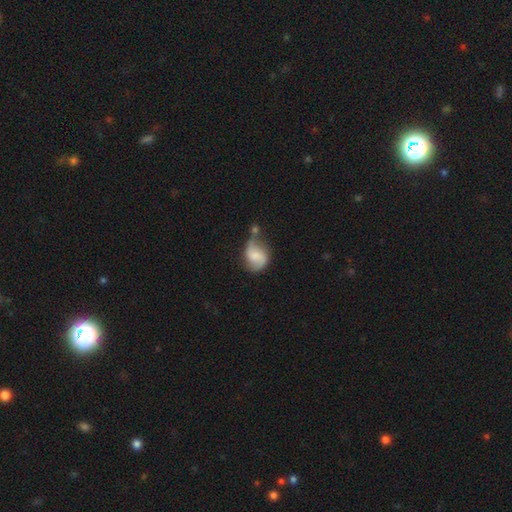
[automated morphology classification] Smooth or featured: featured or disk — 52% (smooth — 40%)
Edge-on disk: no — 97% (yes — 3%)
Bar: no — 49% (weak — 41%)
Spiral arms: yes — 88% (no — 12%)
Bulge size: none — 29% (tied with small — 29%)
Merging: none — 39% (minor disturbance — 26%)